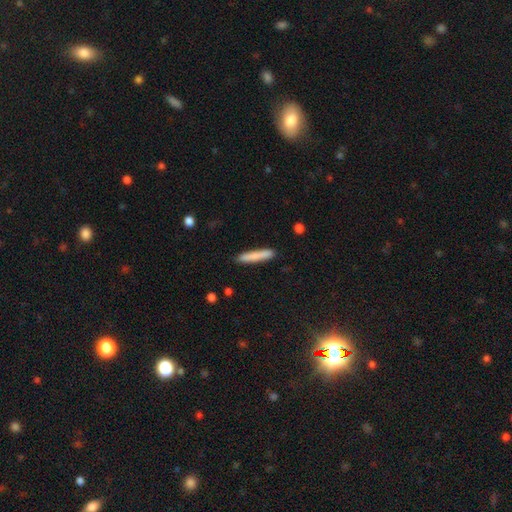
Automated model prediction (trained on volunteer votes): smooth 80%, featured or disk 14%, star or artifact 6%. Down the decision tree: how rounded — cigar-shaped (94%); merging — none (88%).